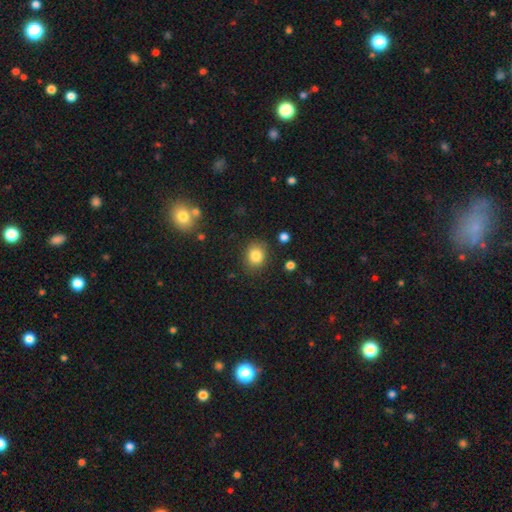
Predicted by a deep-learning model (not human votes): A smooth galaxy with no disk features (83%) that is round (69%). Merging: none (84%).